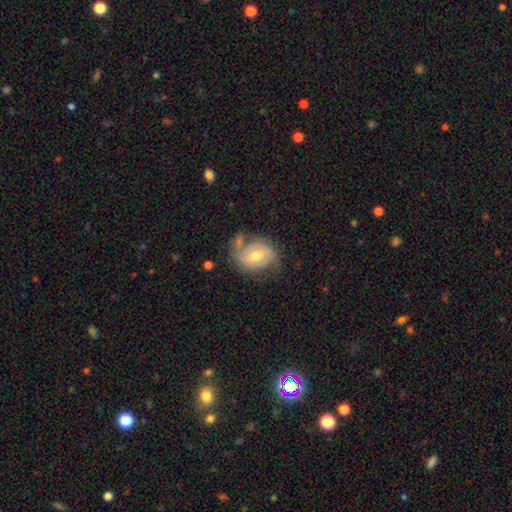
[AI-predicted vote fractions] Smooth or featured?
  - featured or disk: 56% *
  - smooth: 37%
  - star or artifact: 7%
Edge-on disk?
  - no: 96% *
  - yes: 4%
Bar?
  - no: 45% *
  - weak: 43%
  - strong: 11%
Spiral arms?
  - yes: 76% *
  - no: 24%
Bulge size?
  - moderate: 70% *
  - small: 23%
  - large: 5%
  - none: 1%
  - dominant: 1%
Merging?
  - none: 53% *
  - minor disturbance: 25%
  - major disturbance: 13%
  - merger: 10%